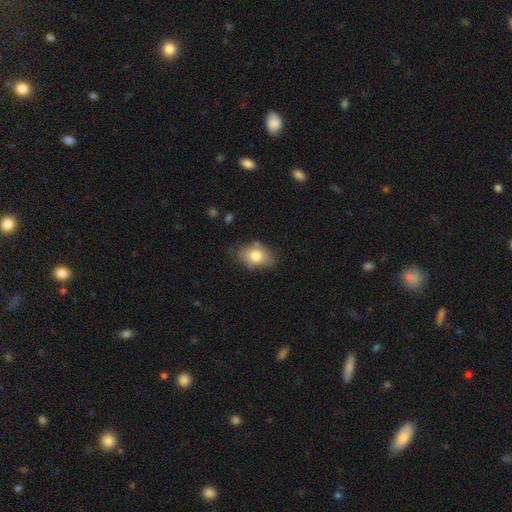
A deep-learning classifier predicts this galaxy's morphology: Smooth or featured?
  - smooth: 78% *
  - featured or disk: 14%
  - star or artifact: 8%
How rounded?
  - in between: 81% *
  - round: 18%
  - cigar-shaped: 1%
Merging?
  - none: 67% *
  - minor disturbance: 25%
  - major disturbance: 5%
  - merger: 3%